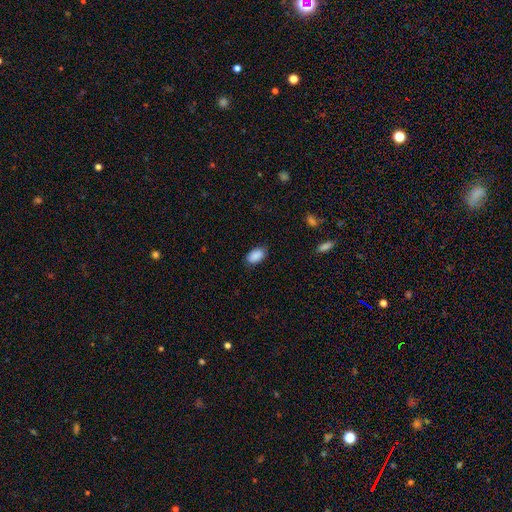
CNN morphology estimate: Smooth or featured?
  - smooth: 89% *
  - star or artifact: 7%
  - featured or disk: 4%
How rounded?
  - in between: 93% *
  - round: 5%
  - cigar-shaped: 2%
Merging?
  - none: 81% *
  - minor disturbance: 15%
  - major disturbance: 3%
  - merger: 1%